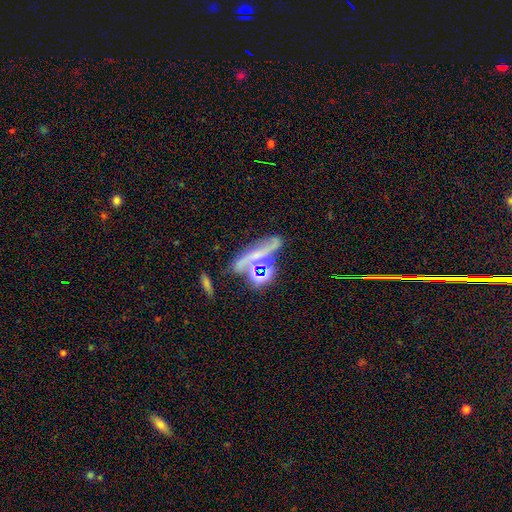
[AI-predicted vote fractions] Morphology: type=star or artifact (39%).